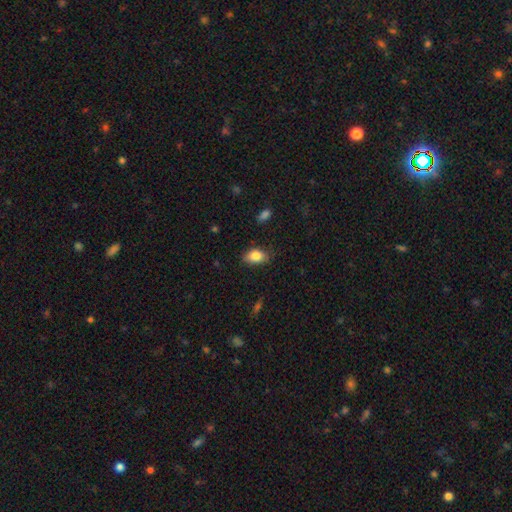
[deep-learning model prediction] Smooth or featured?
  - smooth: 84% *
  - featured or disk: 8%
  - star or artifact: 8%
How rounded?
  - in between: 89% *
  - round: 8%
  - cigar-shaped: 2%
Merging?
  - none: 80% *
  - minor disturbance: 15%
  - major disturbance: 3%
  - merger: 1%